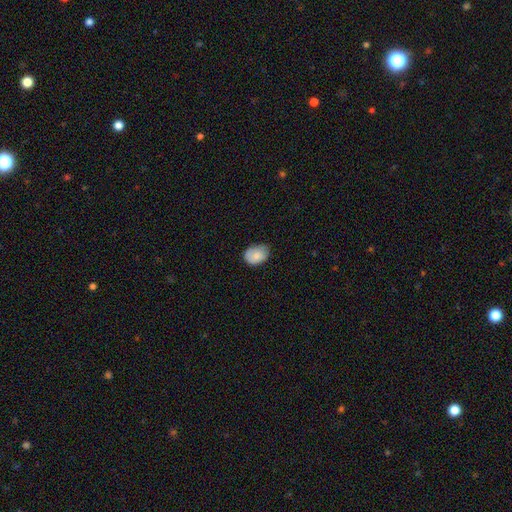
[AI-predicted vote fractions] A smooth galaxy with no disk features (84%) that is in between round and cigar-shaped (76%). Merging: none (64%).